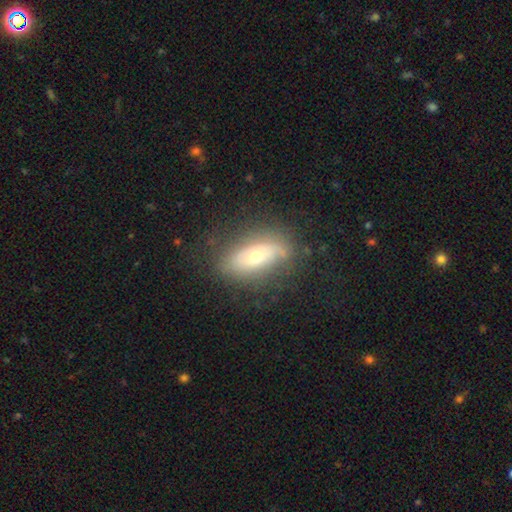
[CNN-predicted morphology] smooth_or_featured: smooth (p=0.47) [alt: featured or disk p=0.44]
merging: none (p=0.74) [alt: minor disturbance p=0.18]